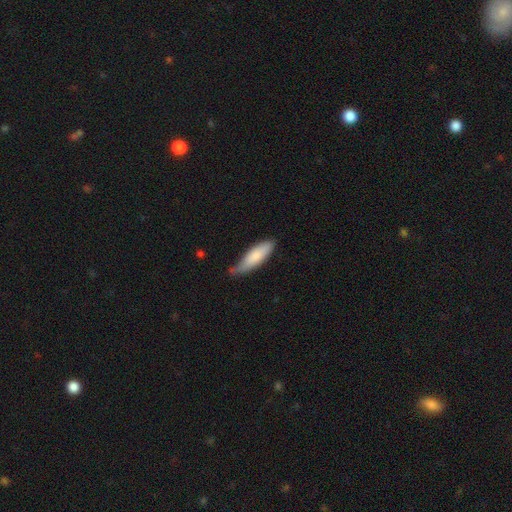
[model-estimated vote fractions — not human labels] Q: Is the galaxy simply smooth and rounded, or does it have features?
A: smooth — 80%.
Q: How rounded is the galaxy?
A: in between — 51%.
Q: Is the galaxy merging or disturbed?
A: none — 50%.